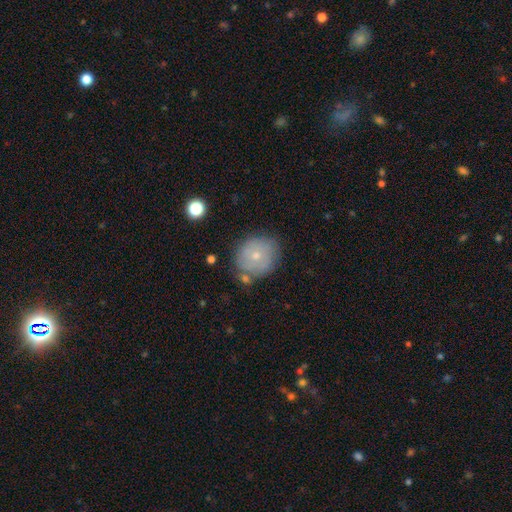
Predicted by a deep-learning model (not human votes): A smooth galaxy with no disk features (62%) that is round (83%). Merging: none (70%).